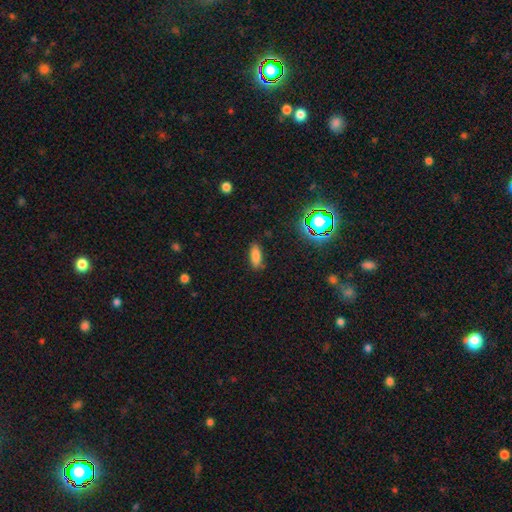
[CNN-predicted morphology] Overall: smooth (79%). How rounded: in between (71%). Merging: none (85%).